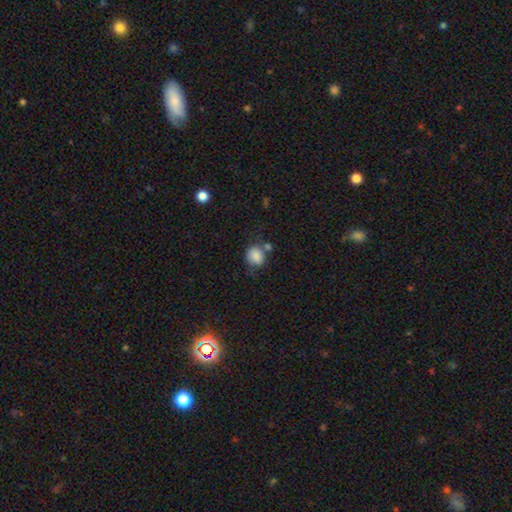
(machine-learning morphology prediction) Smooth or featured: smooth — 82% (featured or disk — 9%)
How rounded: round — 62% (in between — 37%)
Merging: none — 50% (minor disturbance — 24%)